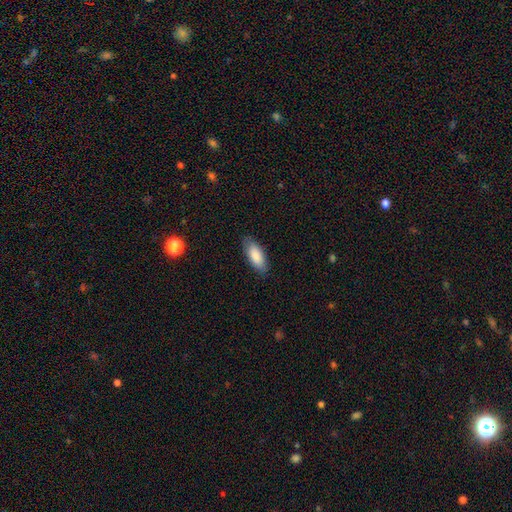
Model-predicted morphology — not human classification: smooth-or-featured: smooth: 87% | featured or disk: 8% | star or artifact: 6%
  how-rounded: in between: 81% | cigar-shaped: 17% | round: 2%
  merging: none: 85% | minor disturbance: 12% | major disturbance: 2% | merger: 1%